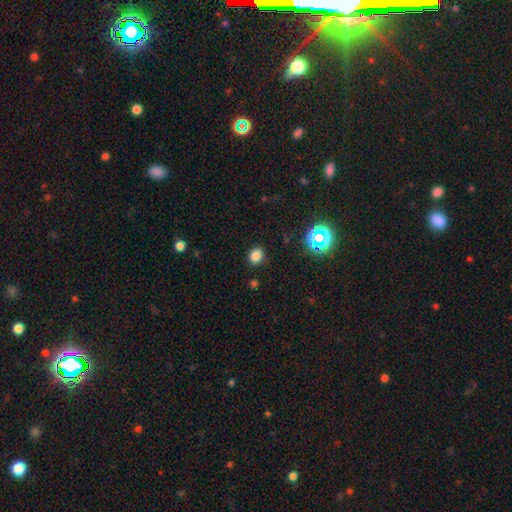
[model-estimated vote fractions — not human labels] Smooth or featured? smooth (80%)
How rounded? round (62%)
Merging? none (88%)